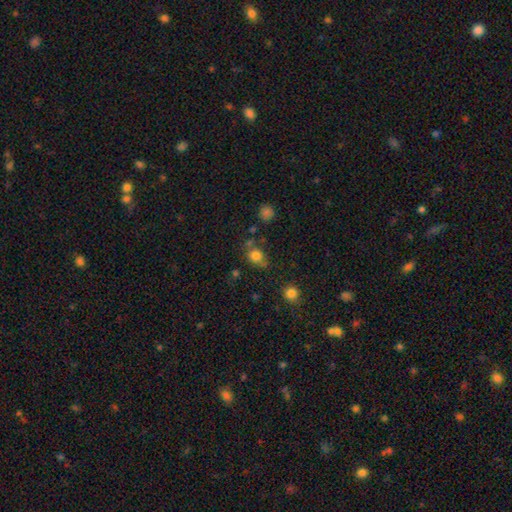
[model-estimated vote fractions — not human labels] smooth 78%, star or artifact 14%, featured or disk 8%. Down the decision tree: how rounded — round (62%); merging — none (61%).